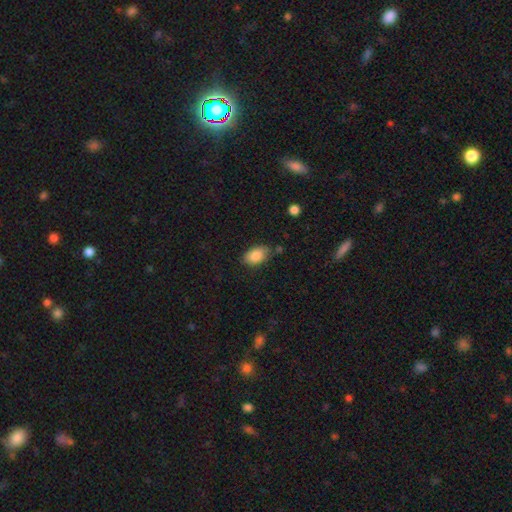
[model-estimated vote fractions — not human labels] smooth_or_featured: smooth (p=0.86) [alt: star or artifact p=0.07]
how_rounded: in between (p=0.90) [alt: round p=0.08]
merging: none (p=0.71) [alt: minor disturbance p=0.21]